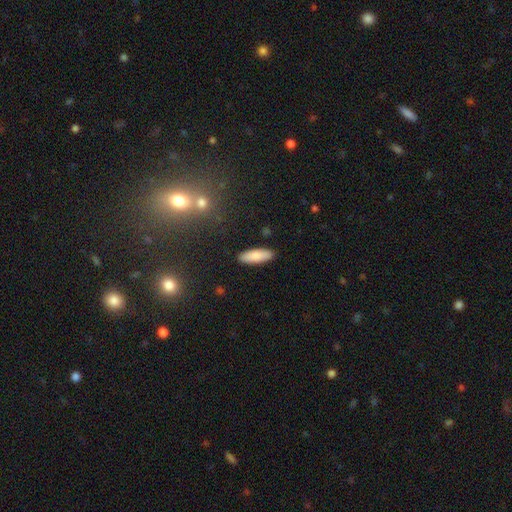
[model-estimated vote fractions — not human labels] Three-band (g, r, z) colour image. It shows a smooth galaxy with no disk features (86%) that is in between round and cigar-shaped (54%). Merging: none (90%).